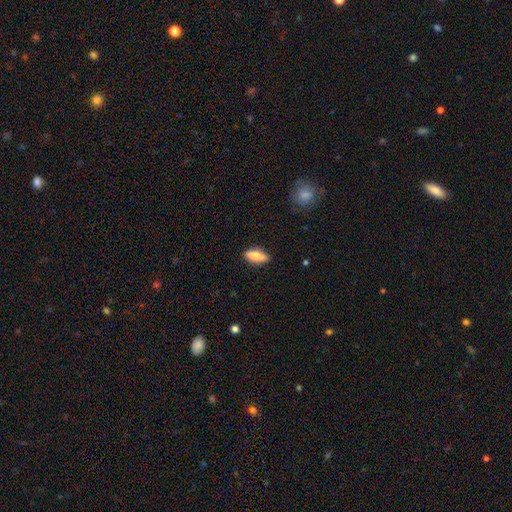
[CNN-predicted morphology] Smooth or featured: smooth — 78% (featured or disk — 16%)
How rounded: in between — 72% (cigar-shaped — 26%)
Merging: none — 84% (minor disturbance — 13%)